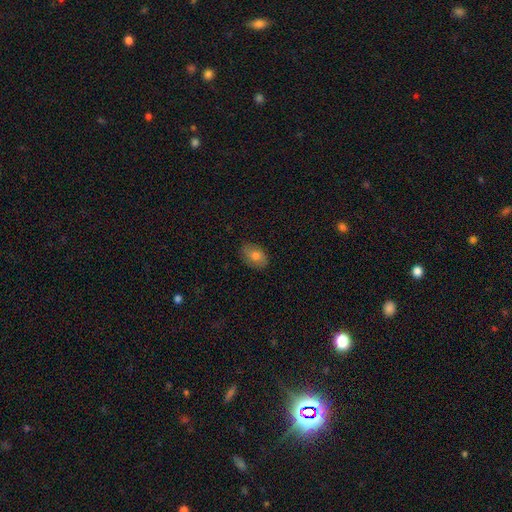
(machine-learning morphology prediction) Smooth or featured? Predicted: smooth (p=0.77). How rounded? Predicted: in between (p=0.83). Merging? Predicted: none (p=0.83).